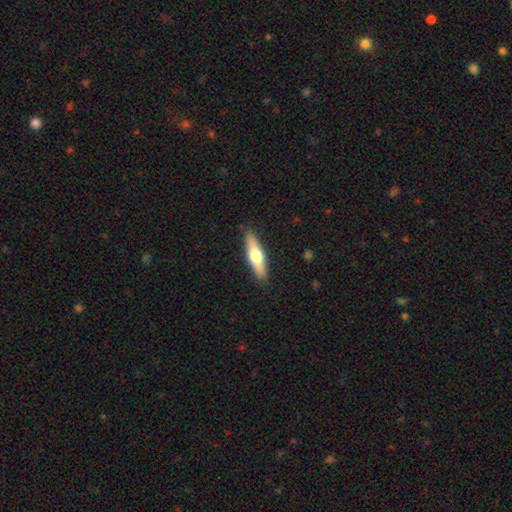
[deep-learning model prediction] A smooth galaxy with no disk features (51%) that is cigar-shaped (68%). Merging: none (88%).